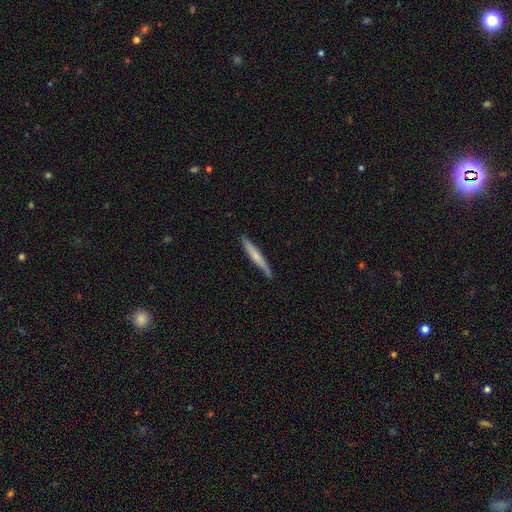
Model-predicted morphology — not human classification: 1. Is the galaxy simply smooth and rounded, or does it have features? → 58% smooth, 36% featured or disk, 5% star or artifact.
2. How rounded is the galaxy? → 96% cigar-shaped, 3% in between, 1% round.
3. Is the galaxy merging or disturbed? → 87% none, 10% minor disturbance, 2% major disturbance, 1% merger.